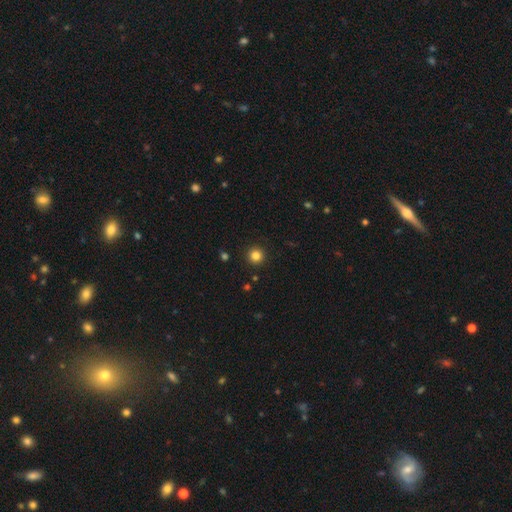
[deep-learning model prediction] Smooth or featured? Predicted: smooth (p=0.83). How rounded? Predicted: round (p=0.96). Merging? Predicted: none (p=0.92).